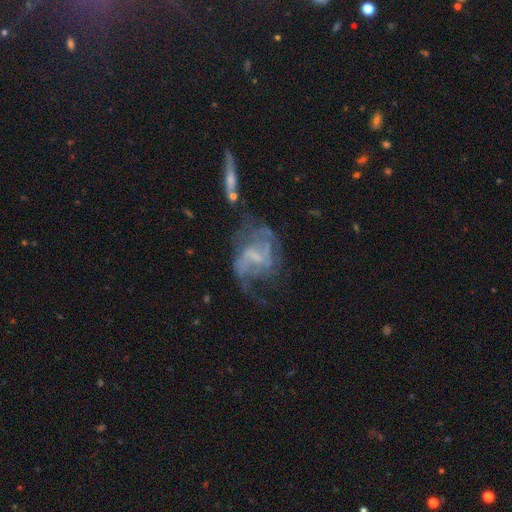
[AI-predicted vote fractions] Q: Smooth or featured?
A: featured or disk (73%); runner-up: smooth (17%)
Q: Edge-on disk?
A: no (96%); runner-up: yes (4%)
Q: Bar?
A: weak (47%); runner-up: no (35%)
Q: Spiral arms?
A: yes (66%); runner-up: no (34%)
Q: Bulge size?
A: none (39%); runner-up: small (35%)
Q: Merging?
A: major disturbance (37%); runner-up: none (33%)